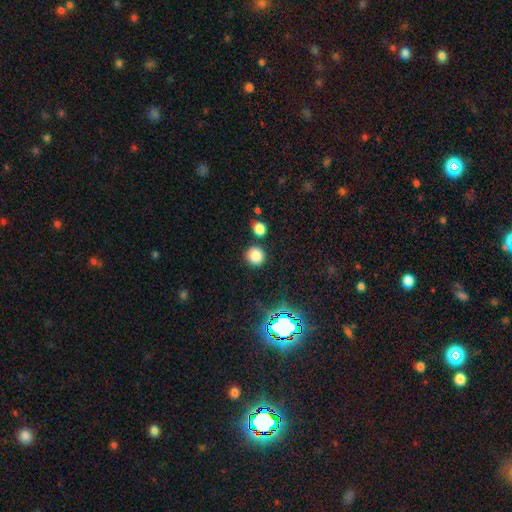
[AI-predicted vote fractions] smooth 80%, star or artifact 15%, featured or disk 5%. Down the decision tree: how rounded — round (91%); merging — none (82%).